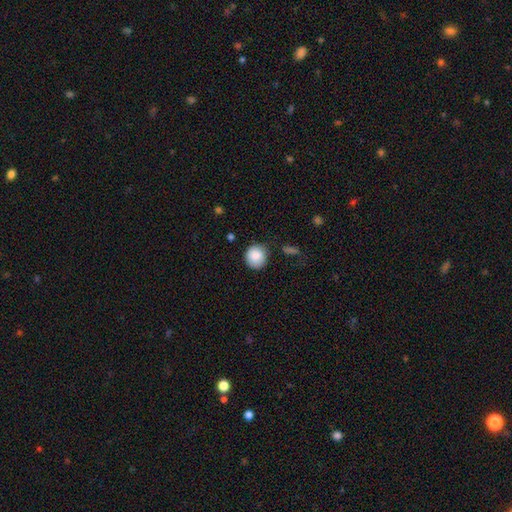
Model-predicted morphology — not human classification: The model was most divided on "merging": none: 79%, minor disturbance: 15%, major disturbance: 4%, merger: 2%. More confident: how rounded — round (89%); smooth or featured — smooth (87%).